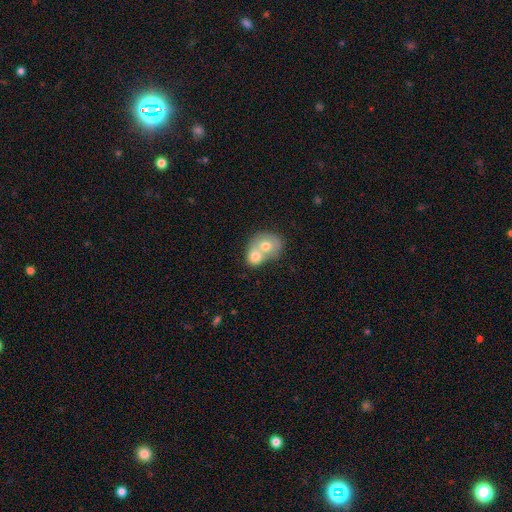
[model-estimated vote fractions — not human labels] smooth_or_featured: smooth (p=0.66) [alt: featured or disk p=0.27]
how_rounded: round (p=0.59) [alt: in between p=0.40]
merging: merger (p=0.78) [alt: none p=0.15]